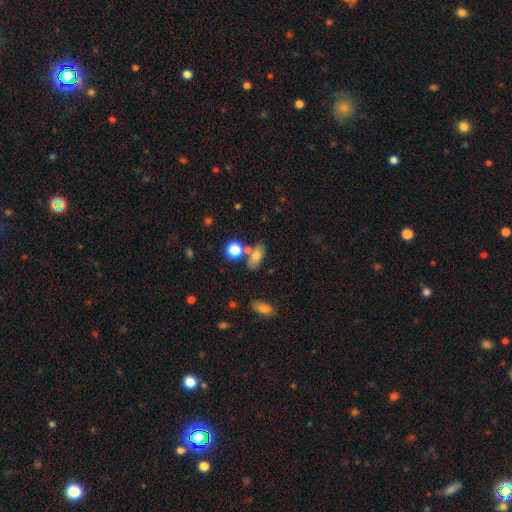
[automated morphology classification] Q: Smooth or featured?
A: smooth (75%); runner-up: featured or disk (13%)
Q: How rounded?
A: in between (78%); runner-up: round (15%)
Q: Merging?
A: none (64%); runner-up: merger (19%)